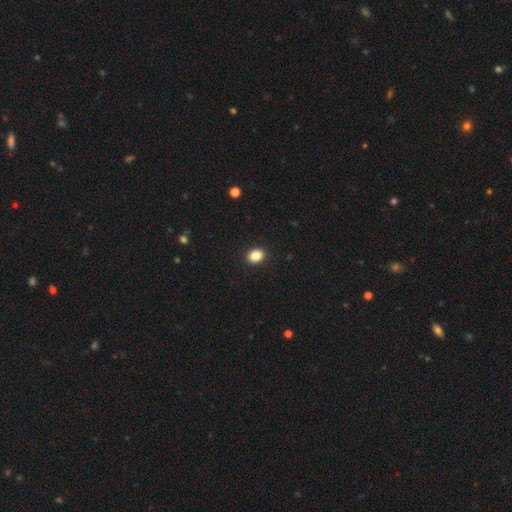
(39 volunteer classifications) Smooth or featured? smooth (95%)
How rounded? in between (62%)
Merging? none (95%)